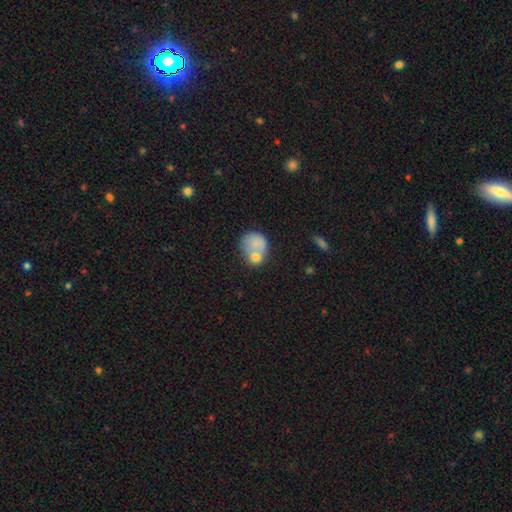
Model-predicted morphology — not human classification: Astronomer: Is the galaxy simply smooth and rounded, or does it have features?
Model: smooth — 71%.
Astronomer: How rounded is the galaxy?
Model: round — 69%.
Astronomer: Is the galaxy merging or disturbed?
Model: merger — 40% (runner-up: none, 37%).